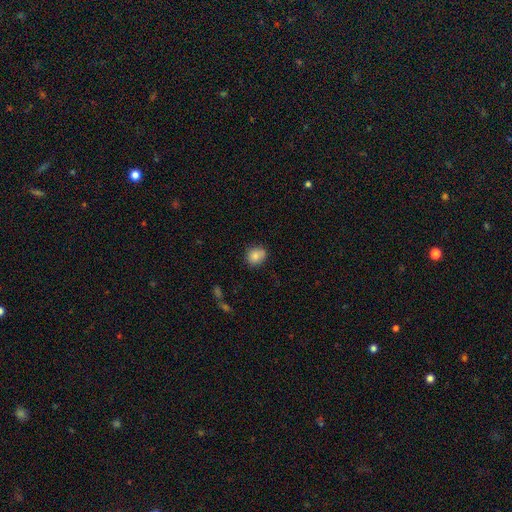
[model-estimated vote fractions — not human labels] A smooth galaxy with no disk features (84%) that is round (65%). Merging: none (77%).